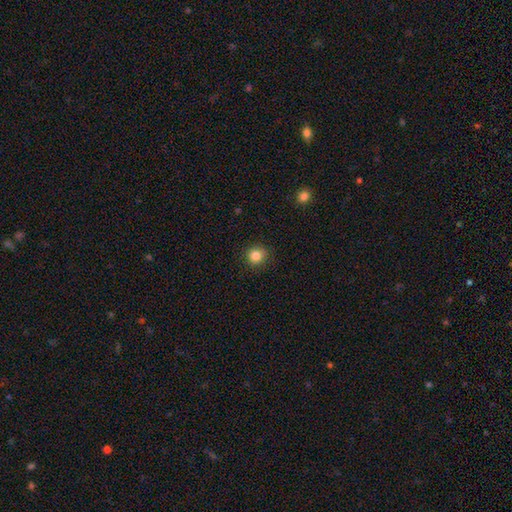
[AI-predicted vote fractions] smooth 84%, star or artifact 11%, featured or disk 5%. Down the decision tree: how rounded — round (89%); merging — none (89%).